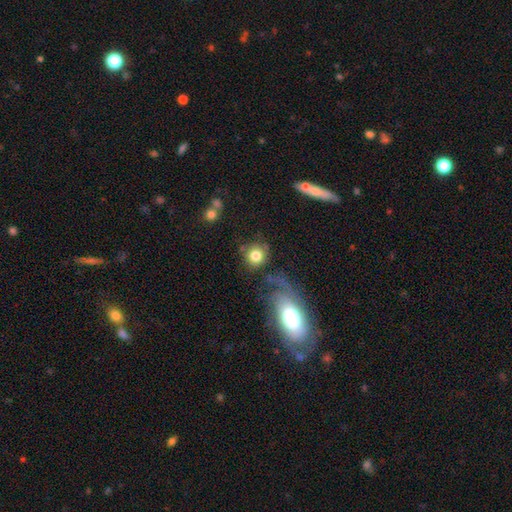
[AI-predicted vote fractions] A smooth galaxy with no disk features (79%) that is round (88%).

Vote fractions:
- Smooth or featured? smooth: 79% / featured or disk: 12% / star or artifact: 8%
- How rounded? round: 88% / in between: 11% / cigar-shaped: 1%
- Merging? none: 63% / minor disturbance: 15% / merger: 12% / major disturbance: 10%